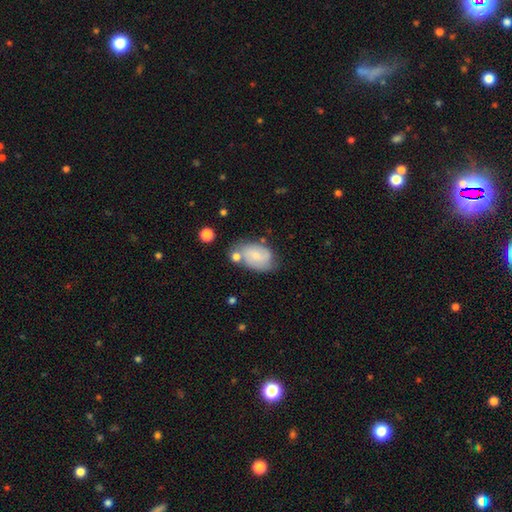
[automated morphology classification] smooth 52%, featured or disk 41%, star or artifact 8%. Down the decision tree: how rounded — in between (85%); merging — none (54%).